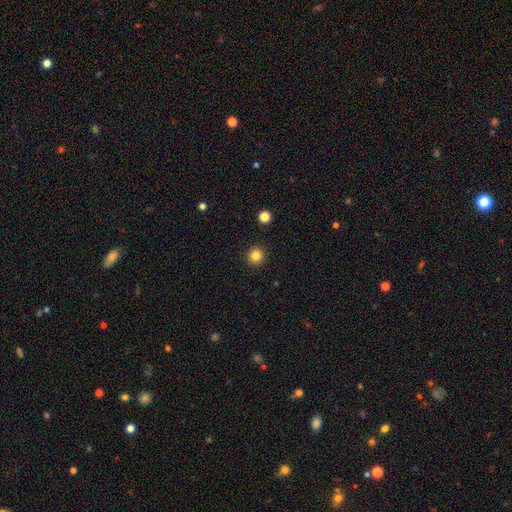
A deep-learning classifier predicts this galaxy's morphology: smooth_or_featured: smooth (p=0.84) [alt: star or artifact p=0.12]
how_rounded: round (p=0.95) [alt: in between p=0.04]
merging: none (p=0.93) [alt: minor disturbance p=0.04]